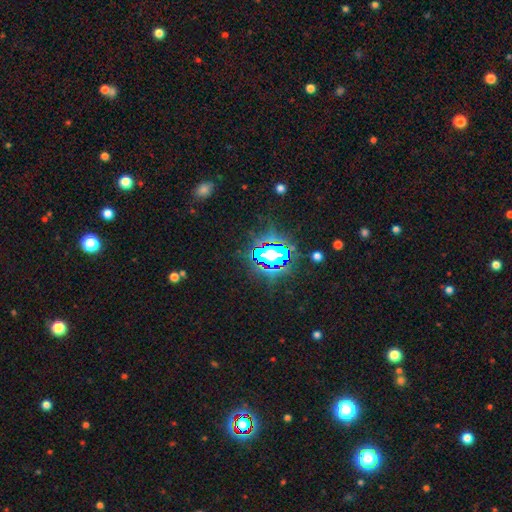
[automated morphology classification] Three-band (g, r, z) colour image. It shows a star or artifact, not a galaxy (77%).